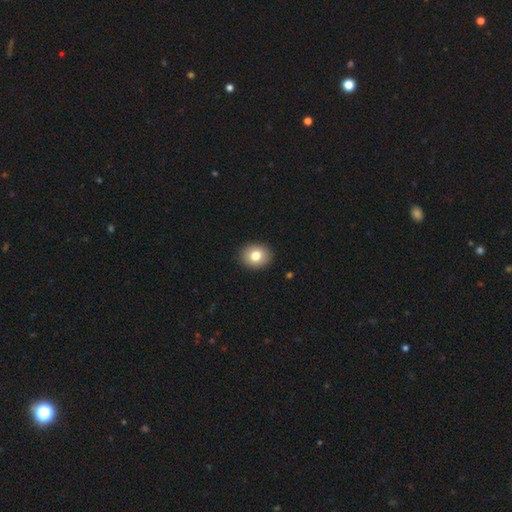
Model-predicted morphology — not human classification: Overall: smooth (79%). How rounded: round (67%; in between 32%). Merging: none (92%).